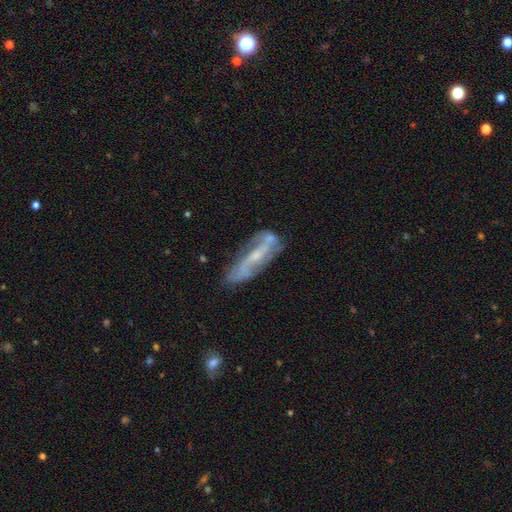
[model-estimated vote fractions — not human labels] A featured or disk galaxy (74%) with a weak bar (37%), spiral arms (82%) and a small central bulge (62%). Merging: none (64%).